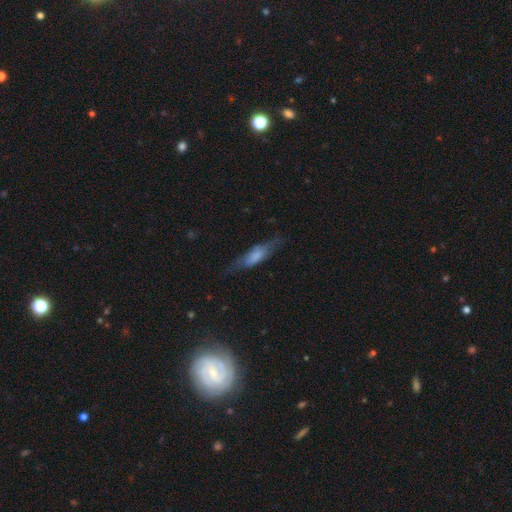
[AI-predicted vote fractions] Smooth or featured? Predicted: smooth (p=0.55). How rounded? Predicted: cigar-shaped (p=0.55). Merging? Predicted: none (p=0.63).